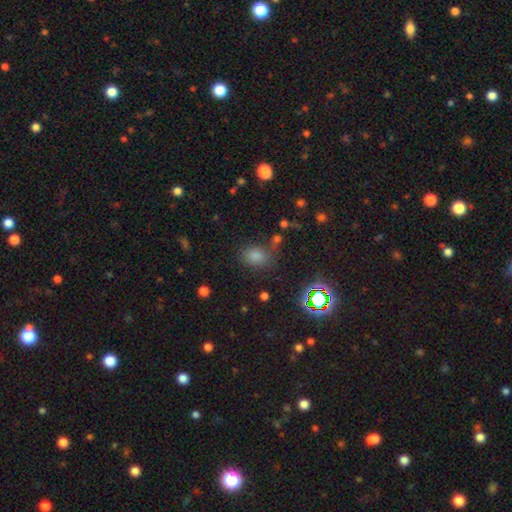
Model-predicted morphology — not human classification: Q: Smooth or featured?
A: smooth (66%); runner-up: star or artifact (27%)
Q: How rounded?
A: in between (50%); runner-up: round (49%)
Q: Merging?
A: none (73%); runner-up: minor disturbance (14%)